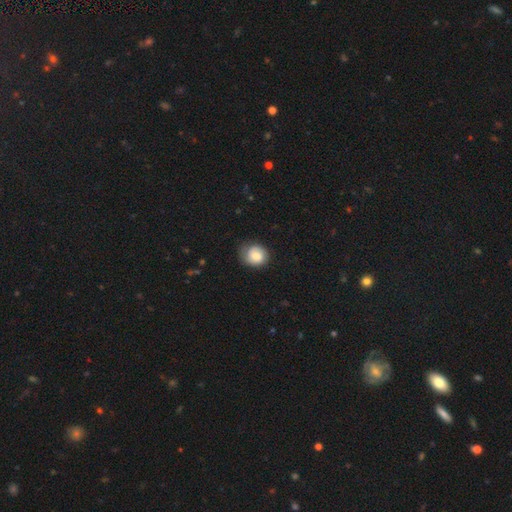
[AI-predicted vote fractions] smooth_or_featured: smooth (p=0.75) [alt: featured or disk p=0.18]
how_rounded: round (p=0.71) [alt: in between p=0.29]
merging: none (p=0.63) [alt: minor disturbance p=0.27]